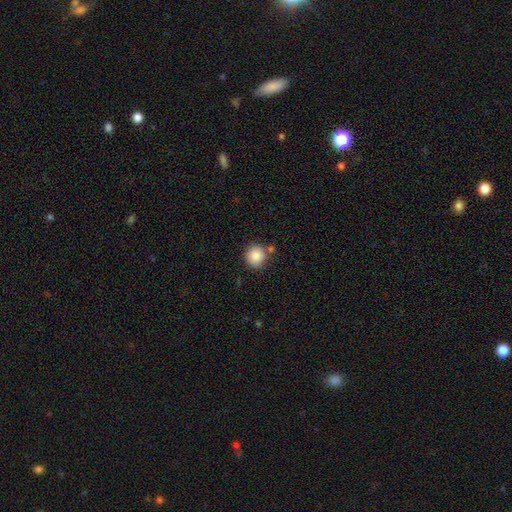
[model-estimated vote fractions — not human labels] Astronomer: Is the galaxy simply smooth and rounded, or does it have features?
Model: smooth — 86%.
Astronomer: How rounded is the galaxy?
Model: round — 89%.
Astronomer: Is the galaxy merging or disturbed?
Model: none — 77%.